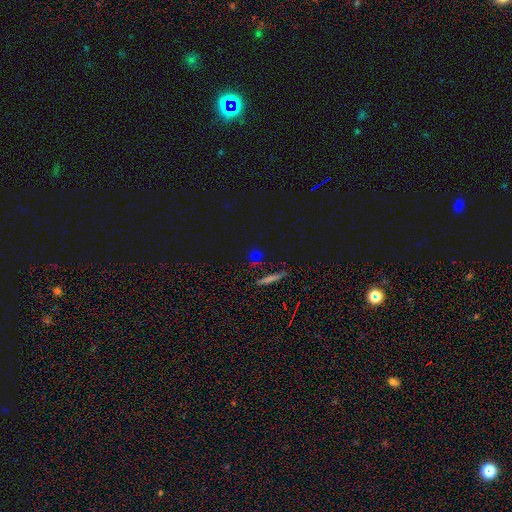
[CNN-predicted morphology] This appears to be a smooth galaxy with no disk features (49%). Merging: none (81%).